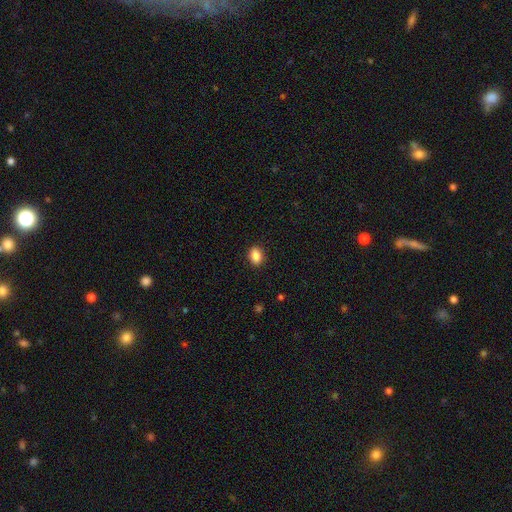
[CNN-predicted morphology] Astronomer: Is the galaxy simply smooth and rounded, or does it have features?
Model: smooth — 87%.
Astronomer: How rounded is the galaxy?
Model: in between — 74%.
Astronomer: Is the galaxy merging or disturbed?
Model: none — 89%.